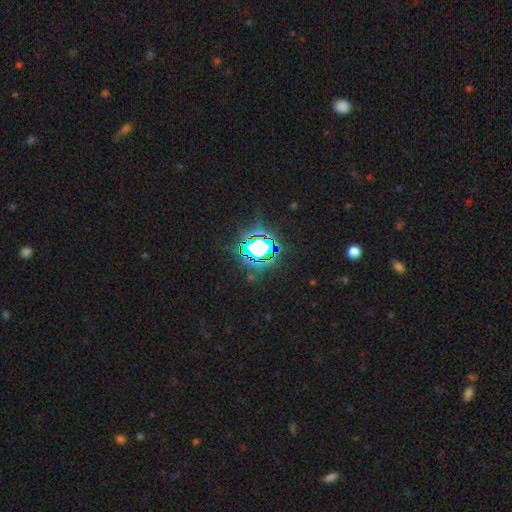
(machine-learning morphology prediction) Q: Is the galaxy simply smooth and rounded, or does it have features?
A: star or artifact — 79%.